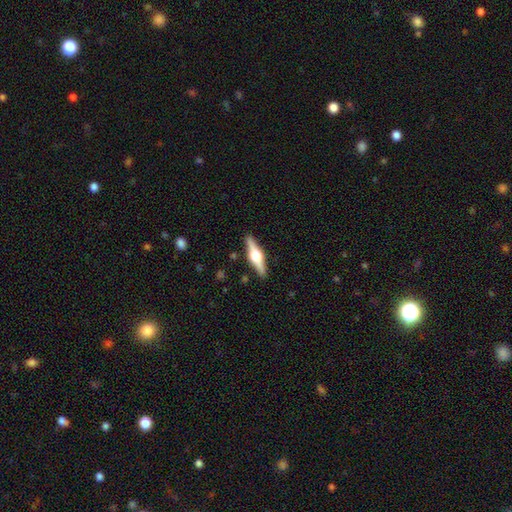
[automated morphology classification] smooth-or-featured: featured or disk: 74% | smooth: 21% | star or artifact: 5%
  disk-edge-on: yes: 98% | no: 2%
    edge-on-bulge: rounded: 95% | boxy: 4% | none: 1%
  merging: none: 91% | minor disturbance: 7% | major disturbance: 1% | merger: 1%